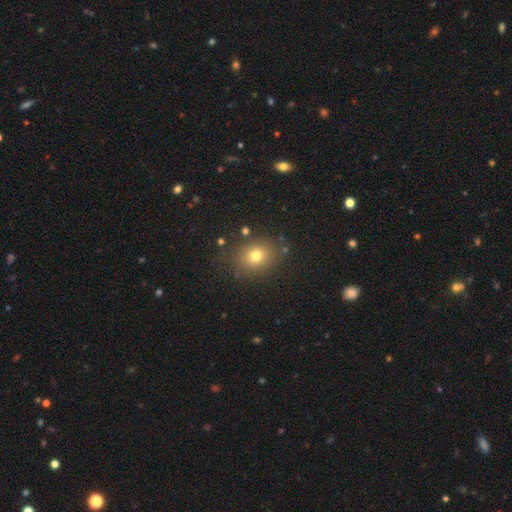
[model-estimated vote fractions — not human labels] A smooth galaxy with no disk features (74%) that is round (64%). Merging: none (83%).